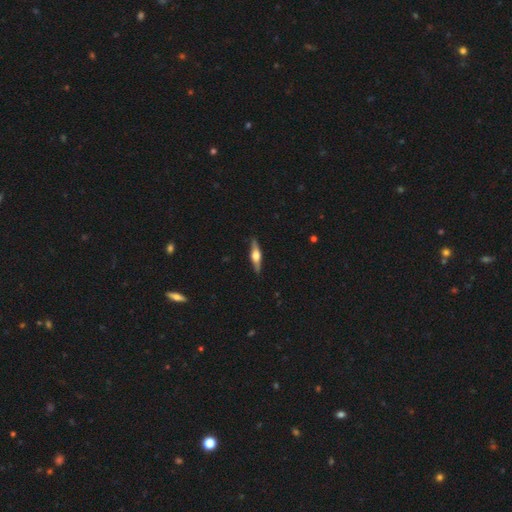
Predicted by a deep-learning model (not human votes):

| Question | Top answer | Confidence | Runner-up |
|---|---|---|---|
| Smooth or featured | featured or disk | 70% | smooth (25%) |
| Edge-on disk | yes | 97% | no (3%) |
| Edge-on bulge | rounded | 92% | boxy (6%) |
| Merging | none | 90% | minor disturbance (8%) |